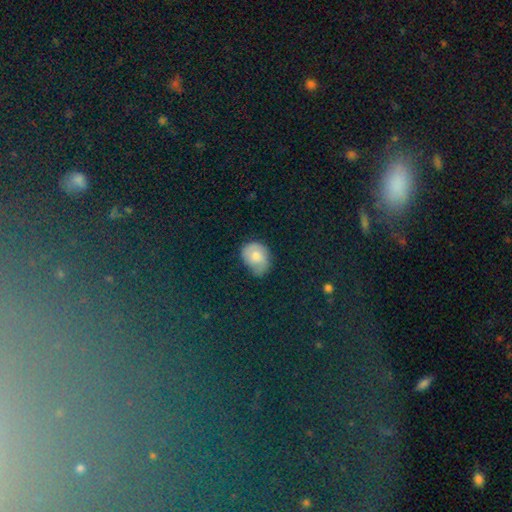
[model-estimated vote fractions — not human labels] Smooth or featured: smooth — 66% (featured or disk — 21%)
How rounded: in between — 54% (round — 45%)
Merging: none — 52% (minor disturbance — 35%)